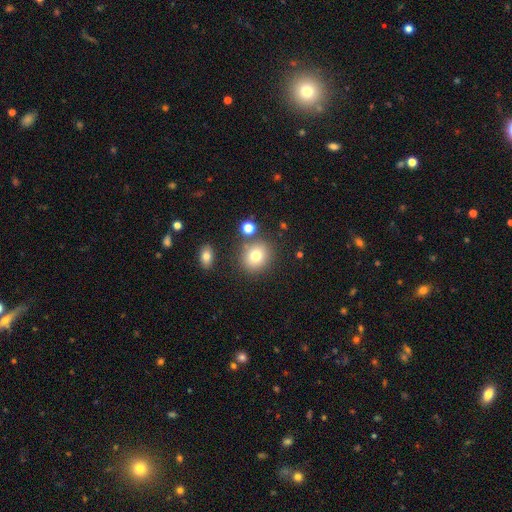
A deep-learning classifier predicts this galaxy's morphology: Smooth or featured?
  - smooth: 76% *
  - star or artifact: 13%
  - featured or disk: 11%
How rounded?
  - round: 77% *
  - in between: 22%
  - cigar-shaped: 1%
Merging?
  - none: 77% *
  - minor disturbance: 10%
  - merger: 9%
  - major disturbance: 4%